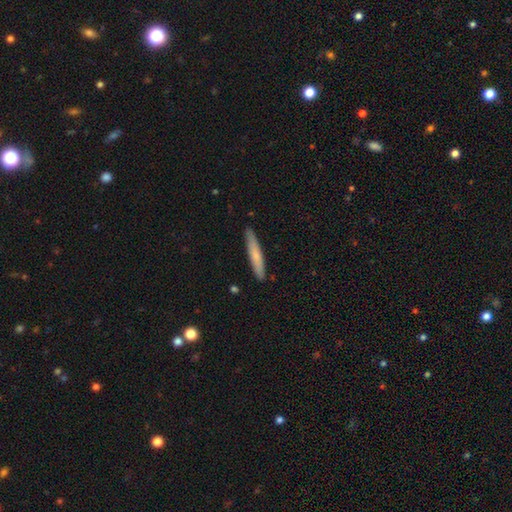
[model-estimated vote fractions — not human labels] The model was most divided on "smooth or featured": smooth: 68%, featured or disk: 26%, star or artifact: 5%. More confident: how rounded — cigar-shaped (94%); merging — none (88%).